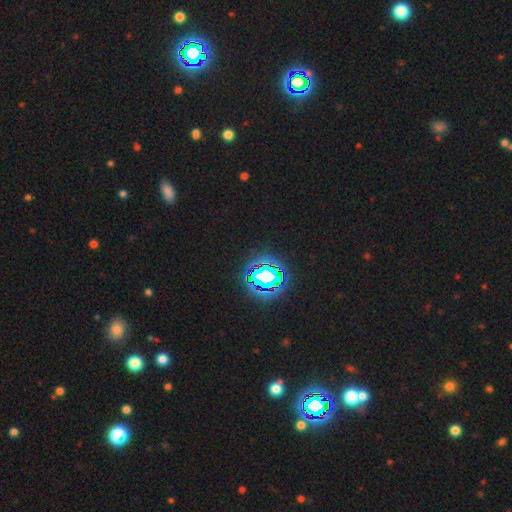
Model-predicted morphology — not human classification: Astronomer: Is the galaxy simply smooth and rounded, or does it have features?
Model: star or artifact — 83%.